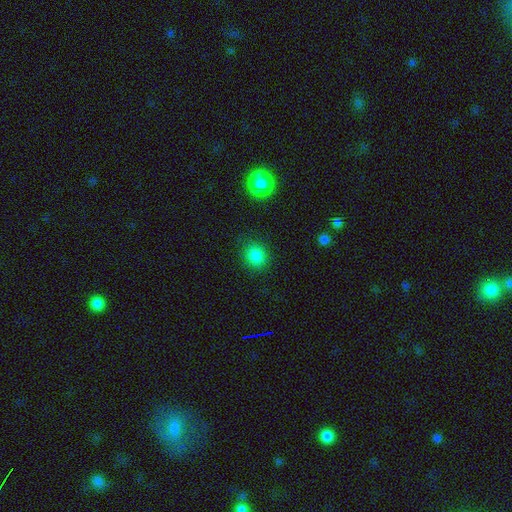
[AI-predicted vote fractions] smooth-or-featured: smooth: 83% | star or artifact: 13% | featured or disk: 4%
  how-rounded: round: 76% | in between: 24% | cigar-shaped: 1%
  merging: none: 87% | minor disturbance: 8% | major disturbance: 3% | merger: 1%